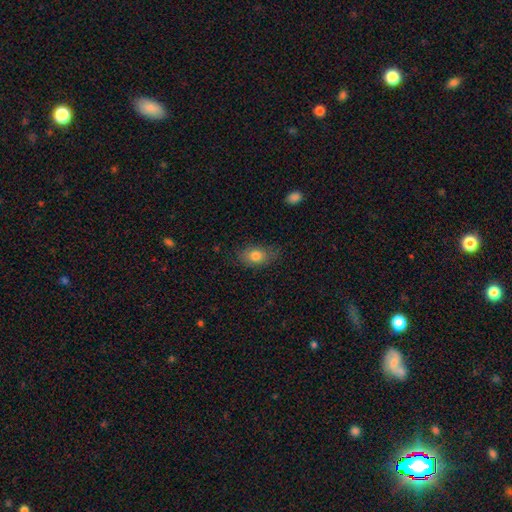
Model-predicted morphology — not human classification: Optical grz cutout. It shows a smooth galaxy with no disk features (81%) that is in between round and cigar-shaped (79%). Merging: none (75%).